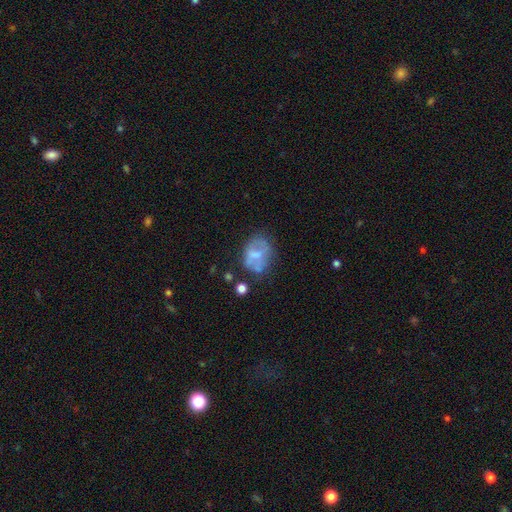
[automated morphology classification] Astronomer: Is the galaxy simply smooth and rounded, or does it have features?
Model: featured or disk — 46% (runner-up: smooth, 44%).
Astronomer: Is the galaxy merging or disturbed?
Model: none — 44% (runner-up: minor disturbance, 25%).